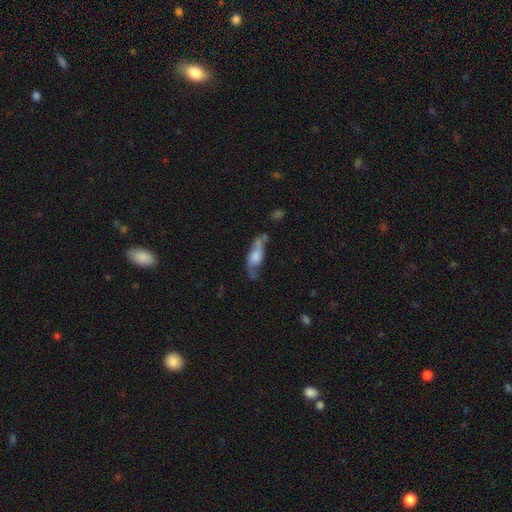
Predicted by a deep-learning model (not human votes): Q: Smooth or featured?
A: featured or disk (48%); runner-up: smooth (44%)
Q: Merging?
A: none (46%); runner-up: minor disturbance (28%)